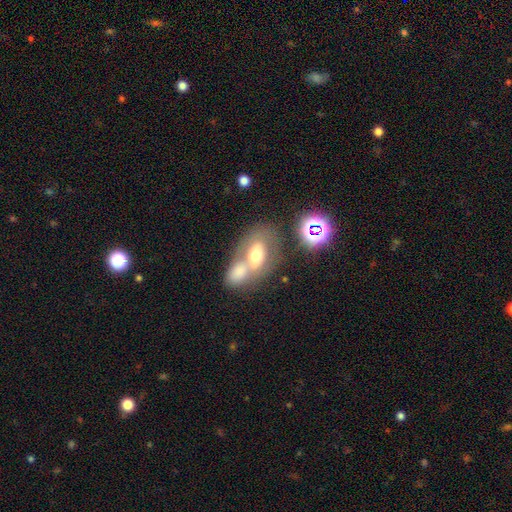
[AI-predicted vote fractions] Smooth or featured? Predicted: smooth (p=0.52). How rounded? Predicted: in between (p=0.78). Merging? Predicted: merger (p=0.56).